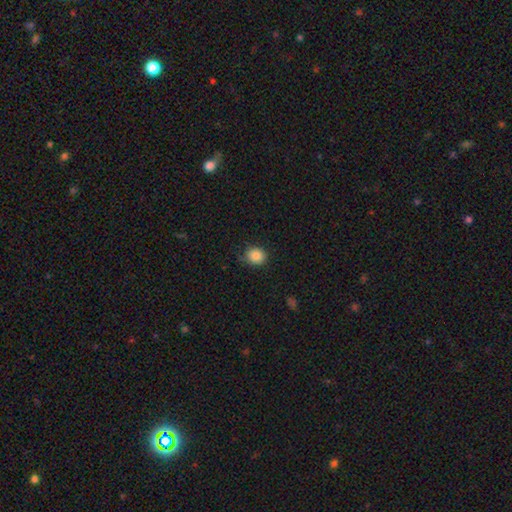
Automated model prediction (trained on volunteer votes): Q: Smooth or featured?
A: smooth (86%); runner-up: star or artifact (9%)
Q: How rounded?
A: round (76%); runner-up: in between (24%)
Q: Merging?
A: none (79%); runner-up: minor disturbance (16%)